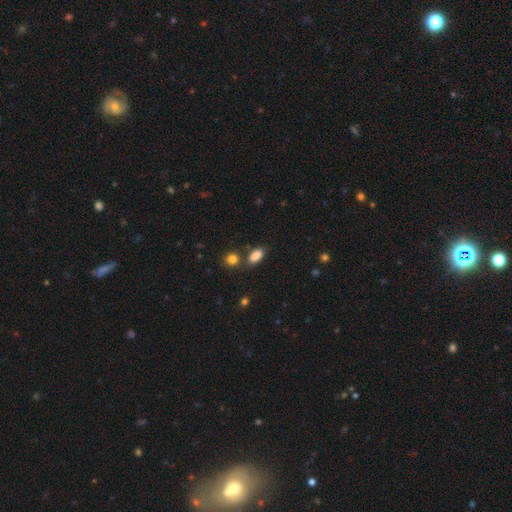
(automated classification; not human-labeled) smooth_or_featured: smooth (p=0.86) [alt: star or artifact p=0.09]
how_rounded: in between (p=0.87) [alt: round p=0.07]
merging: none (p=0.71) [alt: minor disturbance p=0.13]